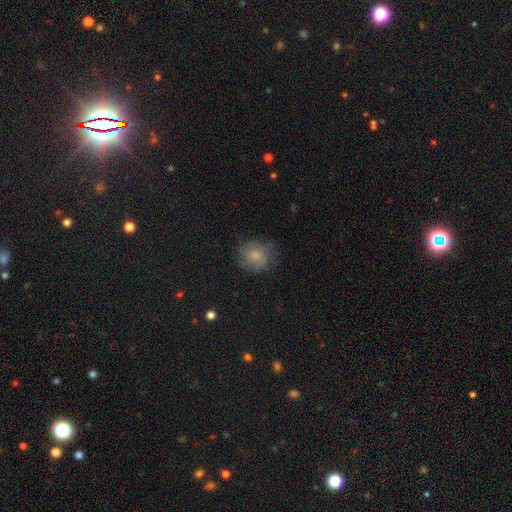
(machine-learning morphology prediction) Overall: smooth (72%). How rounded: round (82%). Merging: none (72%).